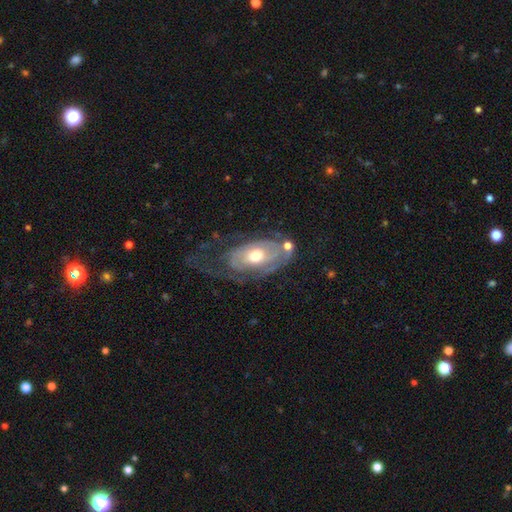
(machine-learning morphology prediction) smooth-or-featured: featured or disk: 75% | smooth: 19% | star or artifact: 6%
  disk-edge-on: no: 92% | yes: 8%
    bar: no: 75% | weak: 20% | strong: 5%
    has-spiral-arms: yes: 76% | no: 24%
      spiral-winding: tight: 57% | medium: 28% | loose: 15%
      spiral-arm-count: can't tell: 44% | 2: 29% | 1: 16% | 3: 6% | 4: 3% | more than 4: 3%
    bulge-size: moderate: 68% | large: 20% | small: 9% | dominant: 2% | none: 1%
  merging: none: 39% | major disturbance: 32% | minor disturbance: 23% | merger: 6%